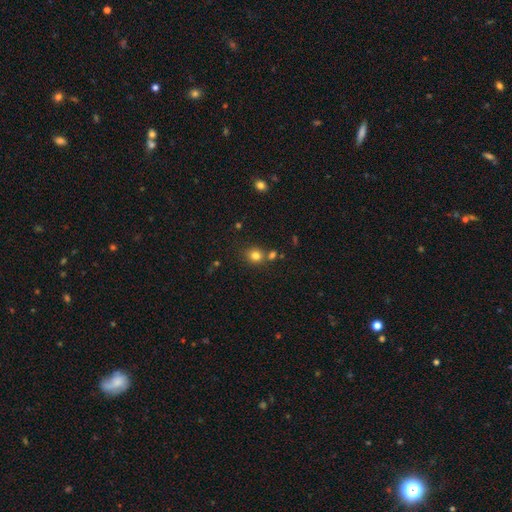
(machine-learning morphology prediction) smooth-or-featured: smooth: 79% | star or artifact: 14% | featured or disk: 7%
  how-rounded: round: 80% | in between: 19% | cigar-shaped: 1%
  merging: none: 69% | merger: 17% | minor disturbance: 10% | major disturbance: 3%